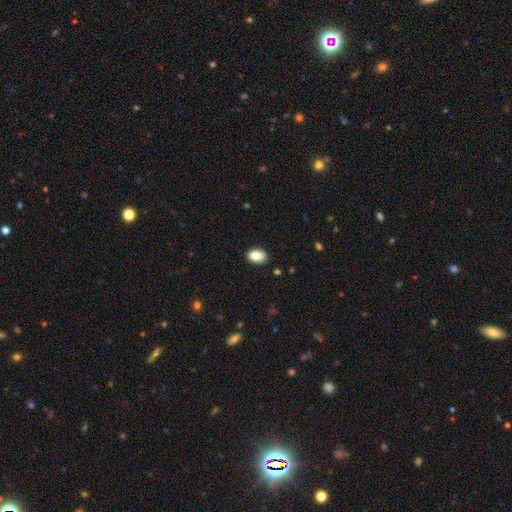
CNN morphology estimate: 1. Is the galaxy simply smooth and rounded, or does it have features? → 85% smooth, 8% star or artifact, 6% featured or disk.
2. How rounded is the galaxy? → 82% in between, 17% round, 1% cigar-shaped.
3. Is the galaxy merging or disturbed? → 87% none, 10% minor disturbance, 2% major disturbance, 1% merger.